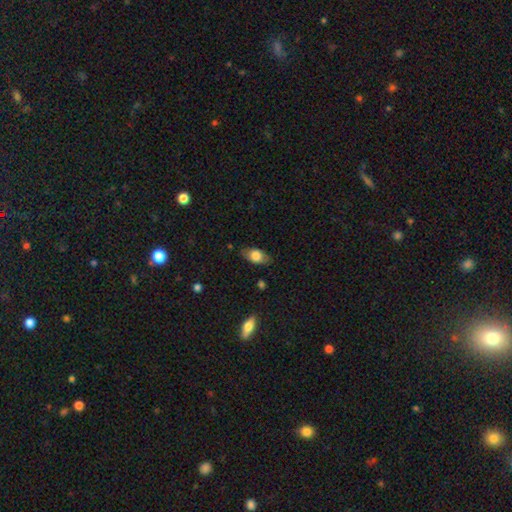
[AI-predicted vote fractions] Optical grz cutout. It shows a smooth galaxy with no disk features (74%) that is in between round and cigar-shaped (88%). Merging: none (76%).